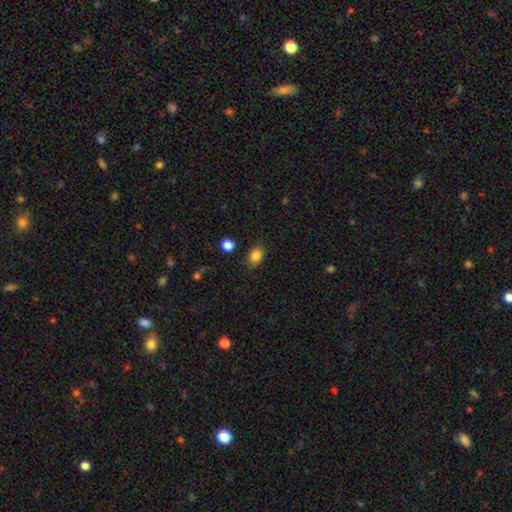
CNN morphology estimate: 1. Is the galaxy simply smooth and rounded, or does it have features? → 84% smooth, 10% star or artifact, 6% featured or disk.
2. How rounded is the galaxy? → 66% in between, 32% round, 1% cigar-shaped.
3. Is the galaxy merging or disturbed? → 82% none, 13% minor disturbance, 3% major disturbance, 2% merger.